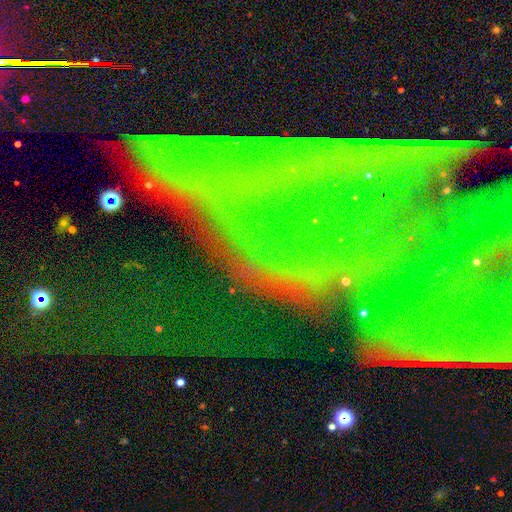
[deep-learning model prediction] smooth_or_featured: star or artifact (p=0.68) [alt: featured or disk p=0.20]